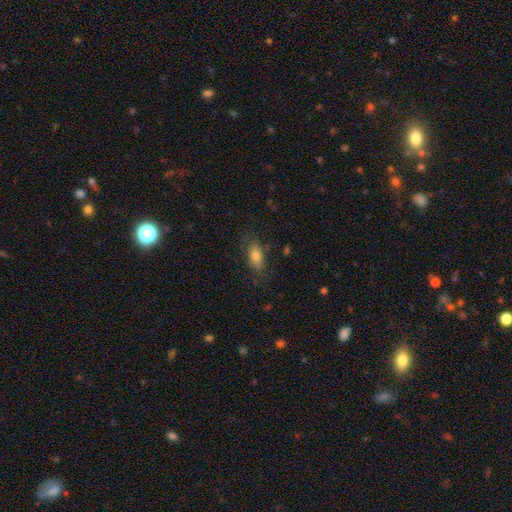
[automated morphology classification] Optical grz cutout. It shows a smooth galaxy with no disk features (76%) that is in between round and cigar-shaped (83%). Merging: none (74%).